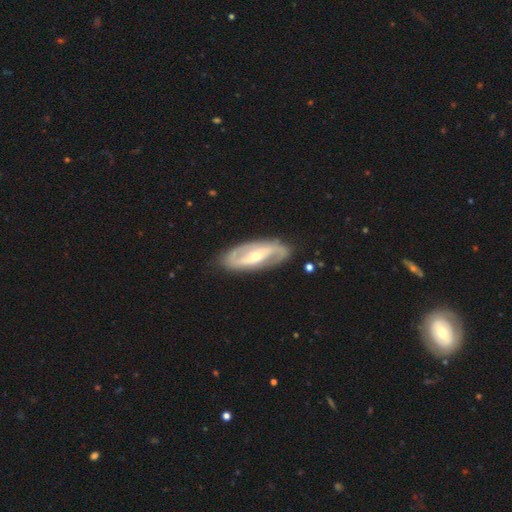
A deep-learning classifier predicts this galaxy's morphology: Smooth or featured? Predicted: featured or disk (p=0.84). Edge-on disk? Predicted: no (p=0.92). Bar? Predicted: strong (p=0.44). Spiral arms? Predicted: yes (p=0.87). Spiral winding? Predicted: medium (p=0.42). Spiral arm count? Predicted: 2 (p=0.87). Bulge size? Predicted: small (p=0.55). Merging? Predicted: none (p=0.84).